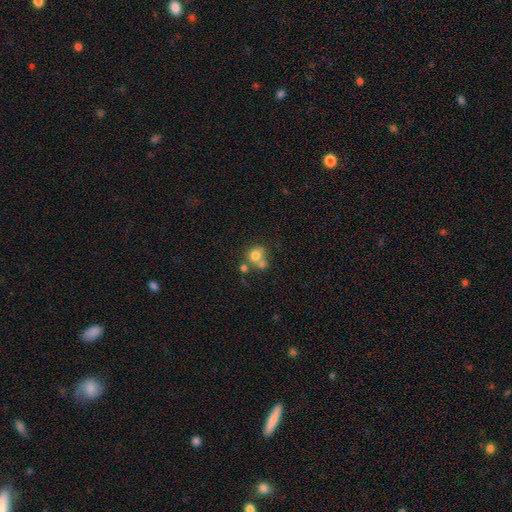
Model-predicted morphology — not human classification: Smooth or featured? Predicted: smooth (p=0.74). How rounded? Predicted: round (p=0.79). Merging? Predicted: none (p=0.42).